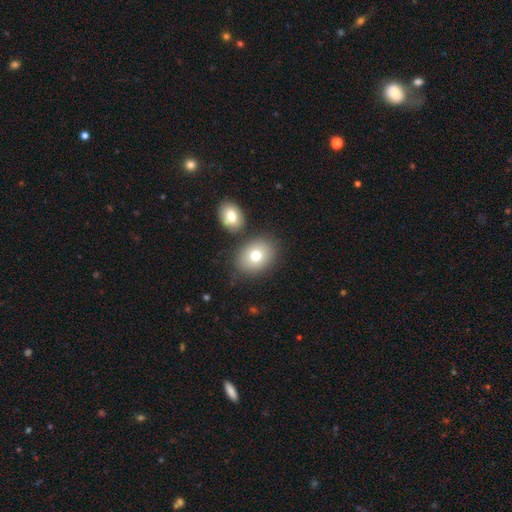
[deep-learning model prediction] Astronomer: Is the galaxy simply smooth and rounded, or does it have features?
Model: smooth — 75%.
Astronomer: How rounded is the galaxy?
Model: in between — 57% (runner-up: round, 42%).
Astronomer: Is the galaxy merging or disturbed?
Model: none — 73%.